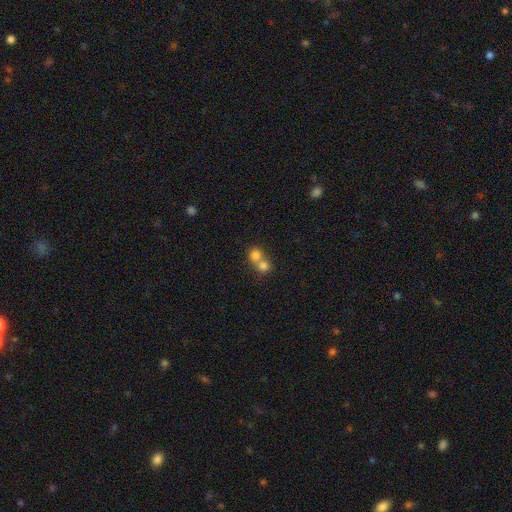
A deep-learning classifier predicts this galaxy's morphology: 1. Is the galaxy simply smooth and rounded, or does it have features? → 78% smooth, 11% featured or disk, 11% star or artifact.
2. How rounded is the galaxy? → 83% round, 16% in between, 1% cigar-shaped.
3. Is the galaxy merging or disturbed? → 64% merger, 30% none, 4% minor disturbance, 2% major disturbance.